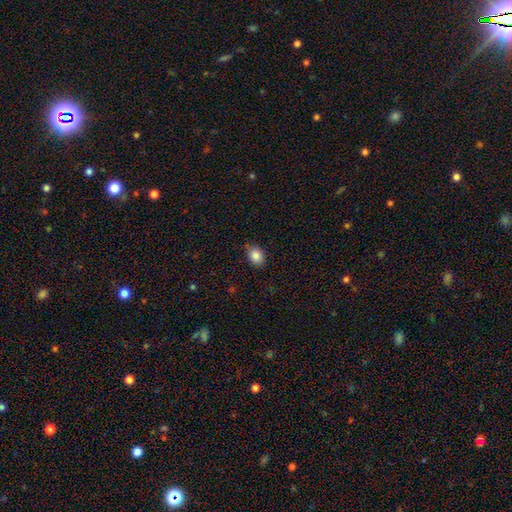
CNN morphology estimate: This appears to be a smooth galaxy with no disk features (86%) that is in between round and cigar-shaped (66%). Merging: none (79%).